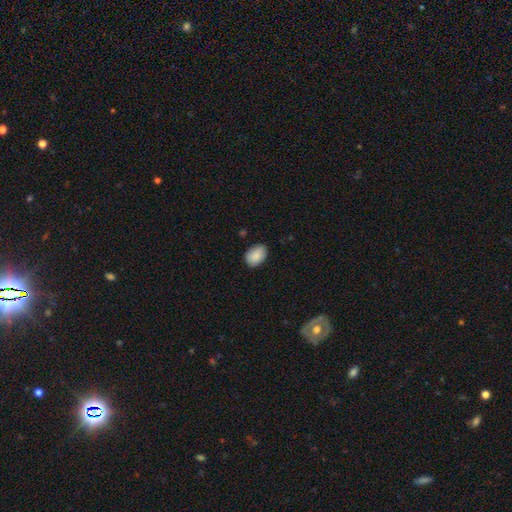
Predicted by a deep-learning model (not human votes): Q: Smooth or featured?
A: smooth (88%); runner-up: star or artifact (7%)
Q: How rounded?
A: in between (83%); runner-up: round (16%)
Q: Merging?
A: none (79%); runner-up: minor disturbance (17%)